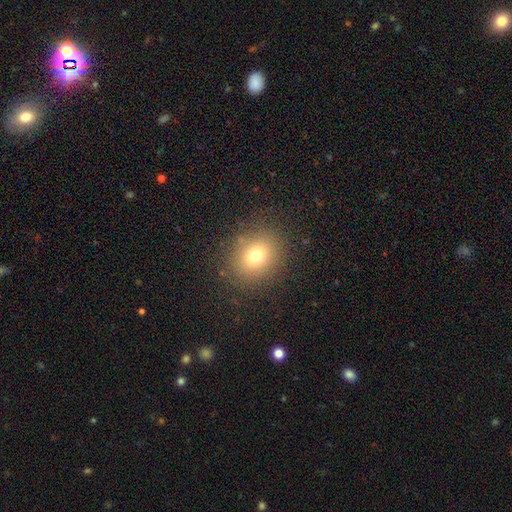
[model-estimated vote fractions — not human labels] smooth 72%, star or artifact 16%, featured or disk 12%. Down the decision tree: how rounded — round (67%); merging — none (84%).